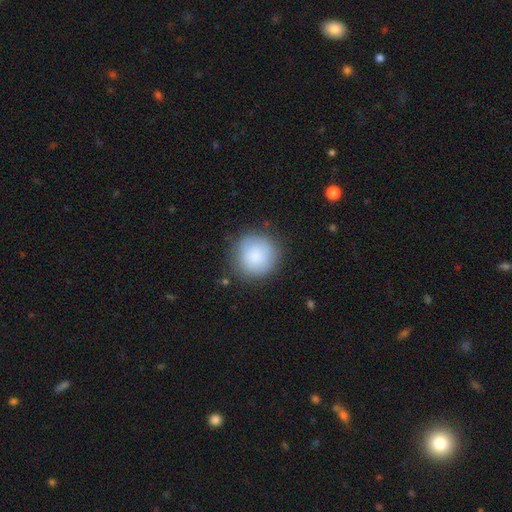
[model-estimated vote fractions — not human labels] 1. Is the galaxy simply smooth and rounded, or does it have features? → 84% smooth, 9% featured or disk, 7% star or artifact.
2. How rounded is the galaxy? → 94% round, 5% in between, 1% cigar-shaped.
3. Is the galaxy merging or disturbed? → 81% none, 13% minor disturbance, 4% major disturbance, 2% merger.